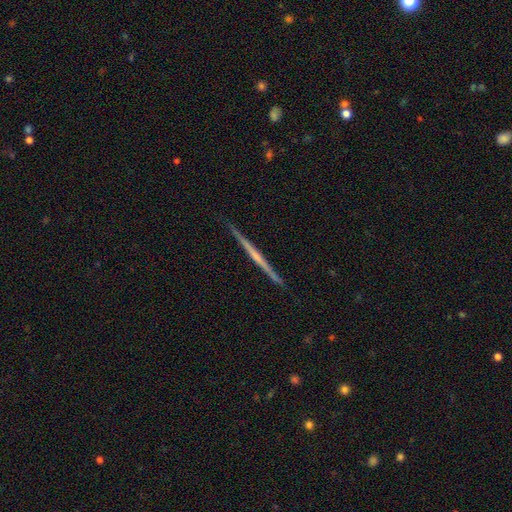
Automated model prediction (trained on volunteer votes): A featured or disk galaxy (75%) viewed edge-on (98%) with no central bulge (51%).

Vote fractions:
- Smooth or featured? featured or disk: 75% / smooth: 18% / star or artifact: 7%
- Edge-on disk? yes: 98% / no: 2%
- Edge-on bulge? none: 51% / rounded: 40% / boxy: 9%
- Merging? none: 91% / minor disturbance: 6% / major disturbance: 1% / merger: 1%